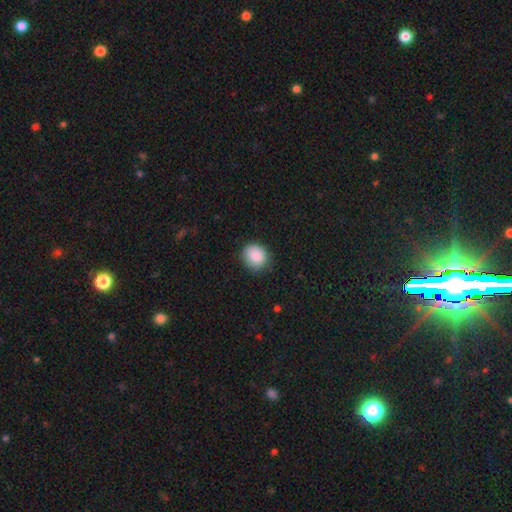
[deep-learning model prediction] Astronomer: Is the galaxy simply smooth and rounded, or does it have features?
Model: smooth — 88%.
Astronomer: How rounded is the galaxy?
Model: round — 76%.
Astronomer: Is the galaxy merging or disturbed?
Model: none — 82%.